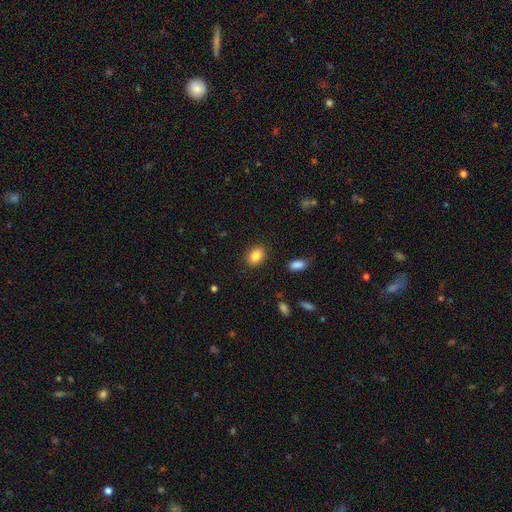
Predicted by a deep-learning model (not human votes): Overall: smooth (85%). How rounded: in between (60%; round 39%). Merging: none (88%).